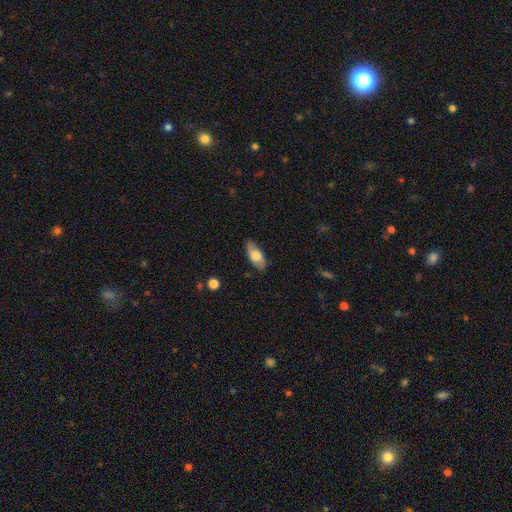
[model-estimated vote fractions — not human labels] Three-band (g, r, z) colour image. It shows a smooth galaxy with no disk features (72%) that is in between round and cigar-shaped (84%). Merging: none (82%).